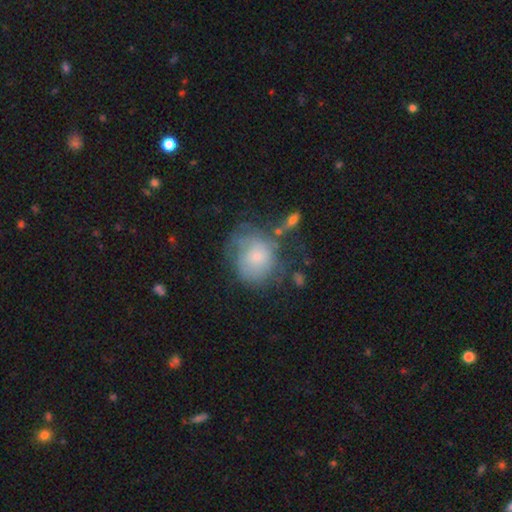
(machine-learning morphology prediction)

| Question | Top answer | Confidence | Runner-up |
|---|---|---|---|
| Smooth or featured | smooth | 55% | featured or disk (36%) |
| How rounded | round | 69% | in between (30%) |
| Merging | none | 43% | minor disturbance (27%) |